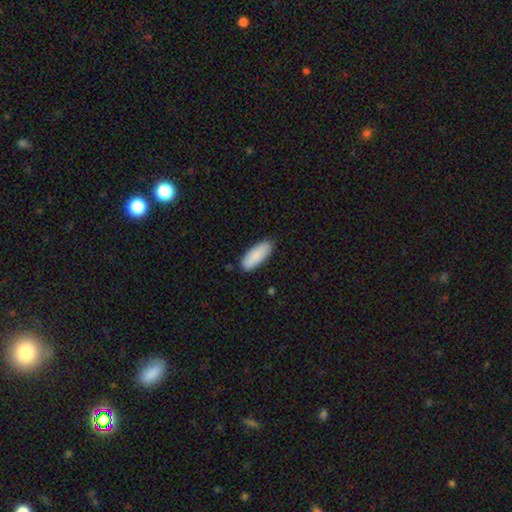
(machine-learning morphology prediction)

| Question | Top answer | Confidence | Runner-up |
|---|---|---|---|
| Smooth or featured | smooth | 88% | featured or disk (6%) |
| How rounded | in between | 72% | cigar-shaped (27%) |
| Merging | none | 85% | minor disturbance (12%) |